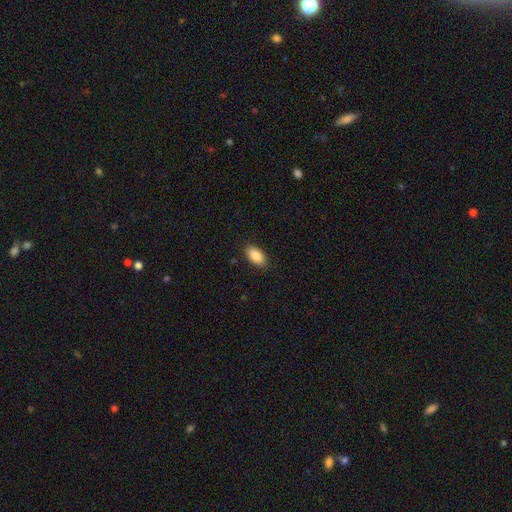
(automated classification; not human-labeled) A smooth galaxy with no disk features (88%) that is in between round and cigar-shaped (93%).

Vote fractions:
- Smooth or featured? smooth: 88% / star or artifact: 7% / featured or disk: 6%
- How rounded? in between: 93% / cigar-shaped: 4% / round: 3%
- Merging? none: 88% / minor disturbance: 9% / major disturbance: 2% / merger: 1%